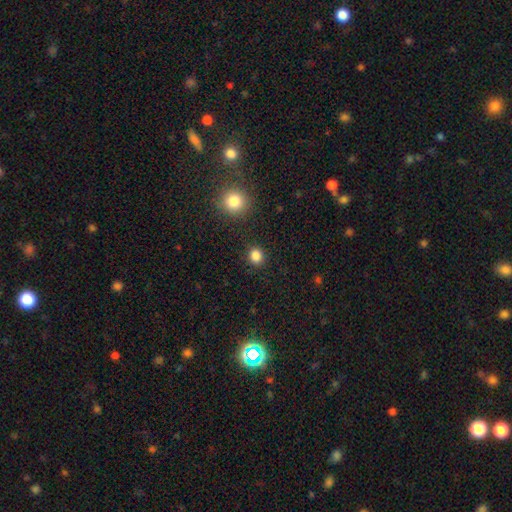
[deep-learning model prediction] Smooth or featured? smooth (84%)
How rounded? round (82%)
Merging? none (89%)